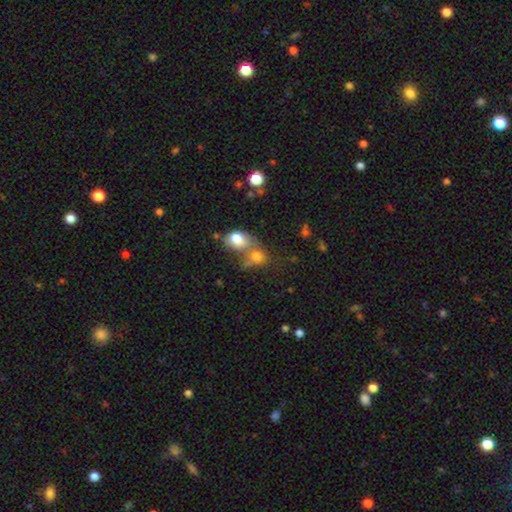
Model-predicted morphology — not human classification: type=smooth (68%); roundness=round (58%); merging=merger (55%).